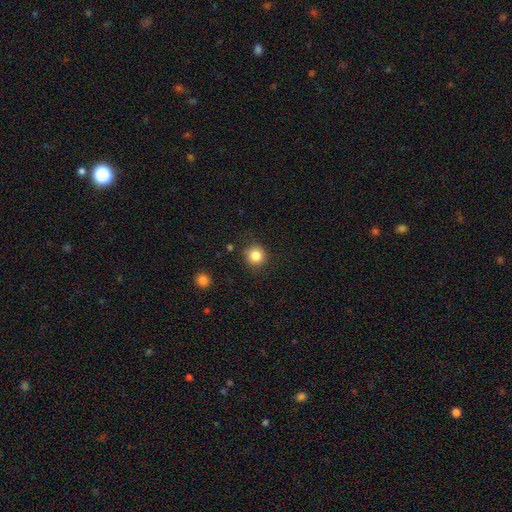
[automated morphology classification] This appears to be a smooth galaxy with no disk features (85%) that is round (92%). Merging: none (88%).